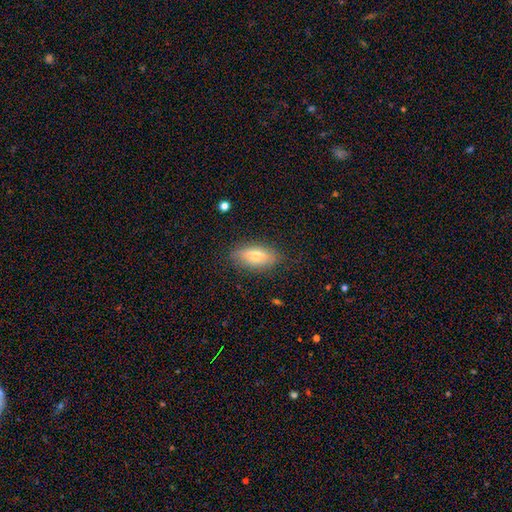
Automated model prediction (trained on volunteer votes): This appears to be a smooth galaxy with no disk features (63%) that is in between round and cigar-shaped (74%). Merging: none (83%).